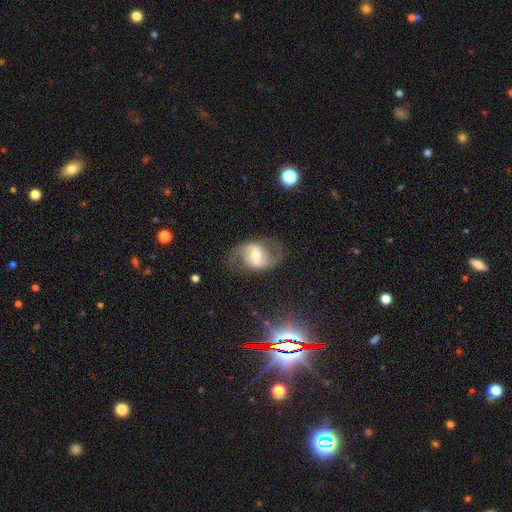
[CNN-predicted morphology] Smooth or featured: featured or disk — 81% (smooth — 12%)
Edge-on disk: no — 97% (yes — 3%)
Bar: weak — 45% (no — 30%)
Spiral arms: yes — 92% (no — 8%)
Spiral winding: loose — 45% (tied with medium — 45%)
Spiral arm count: 2 — 92% (can't tell — 4%)
Bulge size: moderate — 57% (small — 35%)
Merging: none — 74% (minor disturbance — 15%)